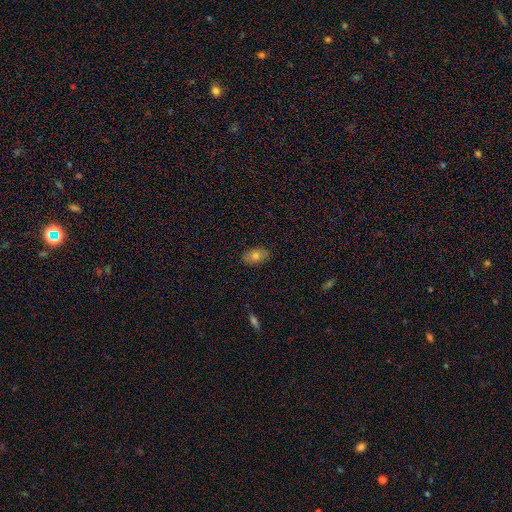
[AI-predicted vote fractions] Morphology: type=smooth (74%); roundness=in between (89%); merging=none (86%).